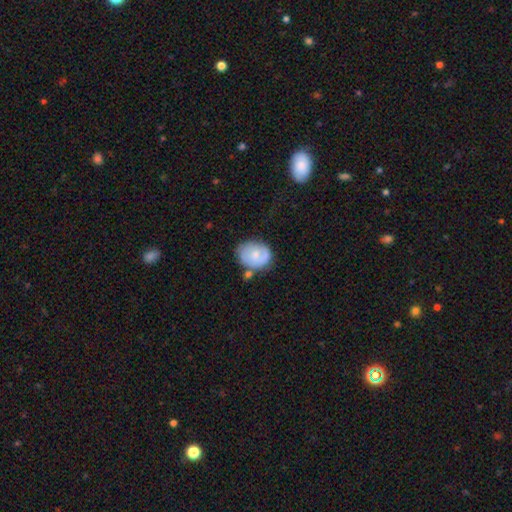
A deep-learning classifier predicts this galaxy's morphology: Smooth or featured? smooth (56%)
How rounded? round (52%)
Merging? none (55%)